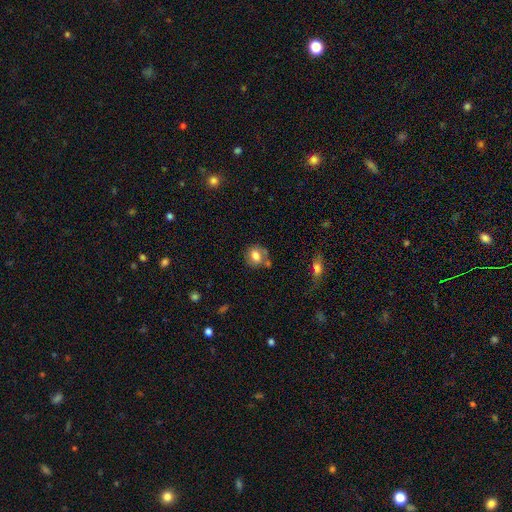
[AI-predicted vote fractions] Smooth or featured: smooth — 73% (featured or disk — 17%)
How rounded: round — 63% (in between — 36%)
Merging: none — 56% (minor disturbance — 23%)